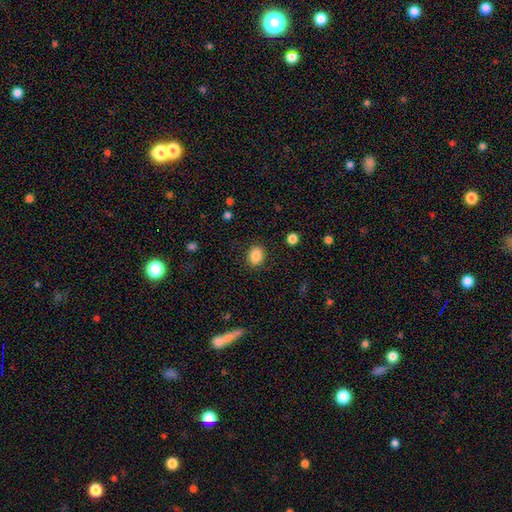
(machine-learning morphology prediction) Smooth or featured? Predicted: smooth (p=0.86). How rounded? Predicted: in between (p=0.57). Merging? Predicted: none (p=0.88).